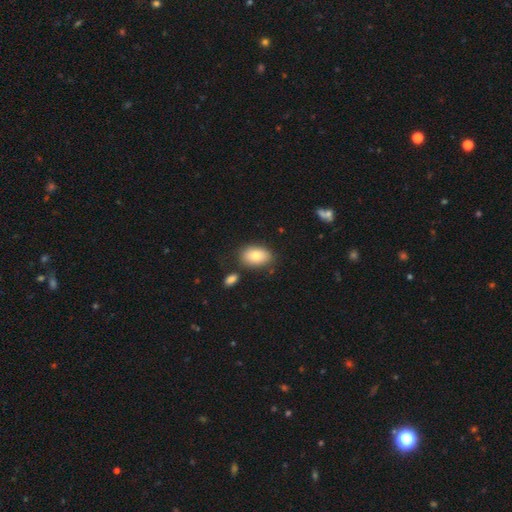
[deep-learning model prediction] Smooth or featured? Predicted: smooth (p=0.80). How rounded? Predicted: in between (p=0.90). Merging? Predicted: none (p=0.78).